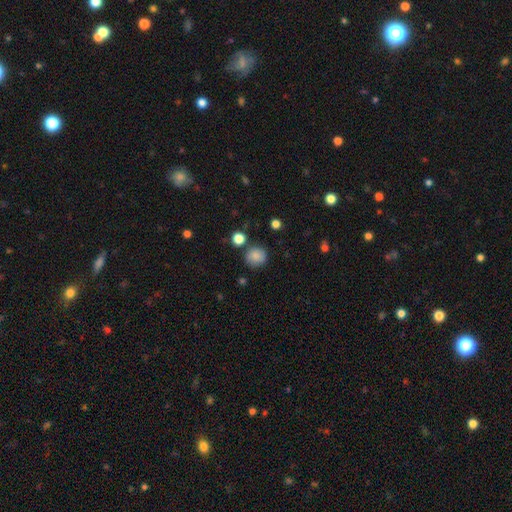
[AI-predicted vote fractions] Q: Smooth or featured?
A: smooth (83%); runner-up: star or artifact (10%)
Q: How rounded?
A: round (90%); runner-up: in between (9%)
Q: Merging?
A: none (81%); runner-up: minor disturbance (11%)